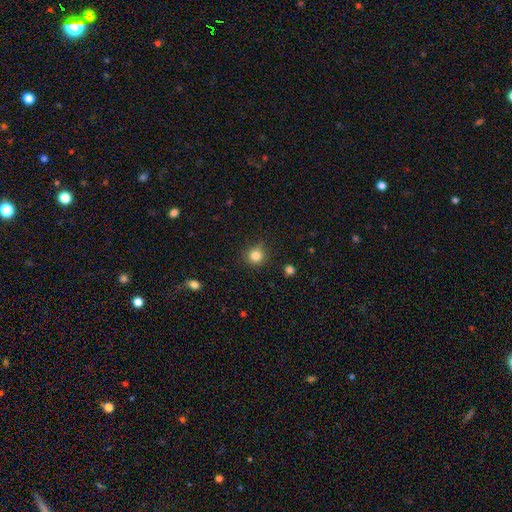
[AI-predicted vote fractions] Smooth or featured? Predicted: smooth (p=0.83). How rounded? Predicted: round (p=0.91). Merging? Predicted: none (p=0.83).